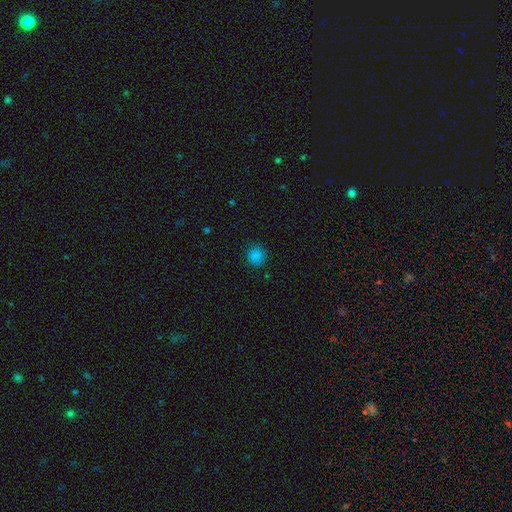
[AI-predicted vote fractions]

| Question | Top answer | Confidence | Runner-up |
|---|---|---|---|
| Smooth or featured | smooth | 81% | star or artifact (15%) |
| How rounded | round | 82% | in between (17%) |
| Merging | none | 84% | minor disturbance (12%) |